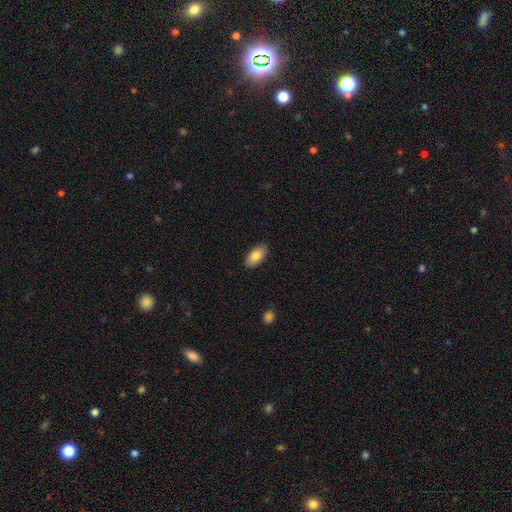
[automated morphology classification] Overall: smooth (85%). How rounded: in between (94%). Merging: none (88%).